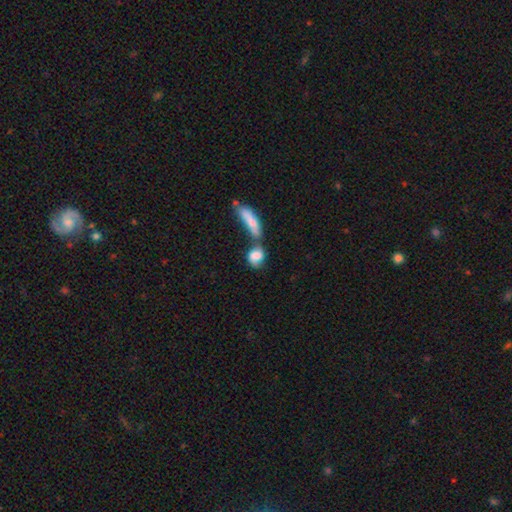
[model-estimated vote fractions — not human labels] Smooth or featured? Predicted: smooth (p=0.66). How rounded? Predicted: in between (p=0.56). Merging? Predicted: merger (p=0.48).